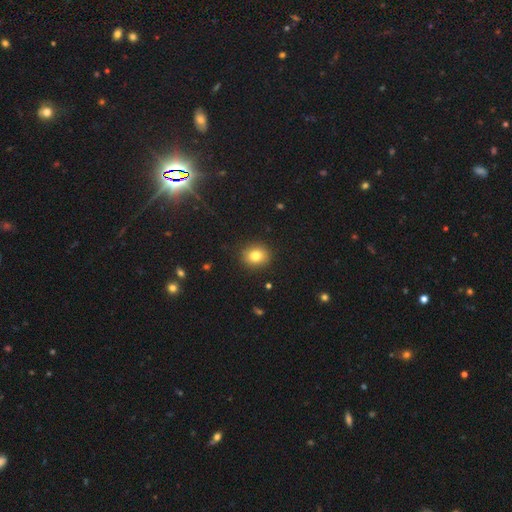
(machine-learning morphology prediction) Q: Smooth or featured?
A: smooth (81%); runner-up: star or artifact (11%)
Q: How rounded?
A: round (73%); runner-up: in between (26%)
Q: Merging?
A: none (90%); runner-up: minor disturbance (7%)